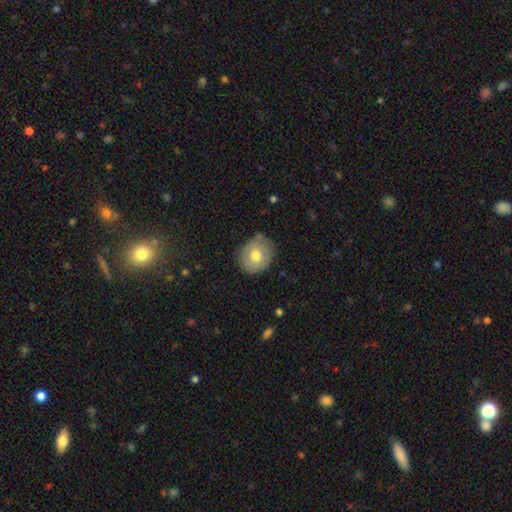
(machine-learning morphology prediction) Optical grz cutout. It shows a smooth galaxy with no disk features (62%) that is round (74%). Merging: none (73%).